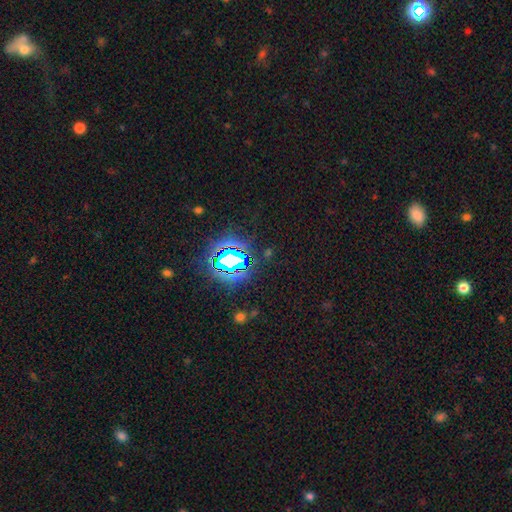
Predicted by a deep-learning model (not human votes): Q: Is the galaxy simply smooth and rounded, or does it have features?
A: star or artifact — 80%.